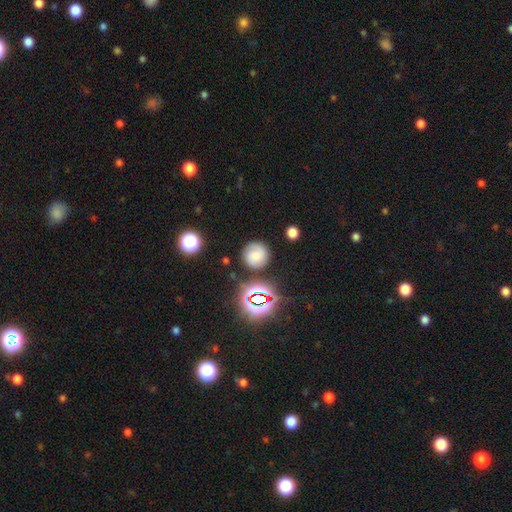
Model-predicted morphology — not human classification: The model was most divided on "smooth or featured": smooth: 59%, featured or disk: 24%, star or artifact: 18%. More confident: how rounded — round (92%); merging — none (78%).